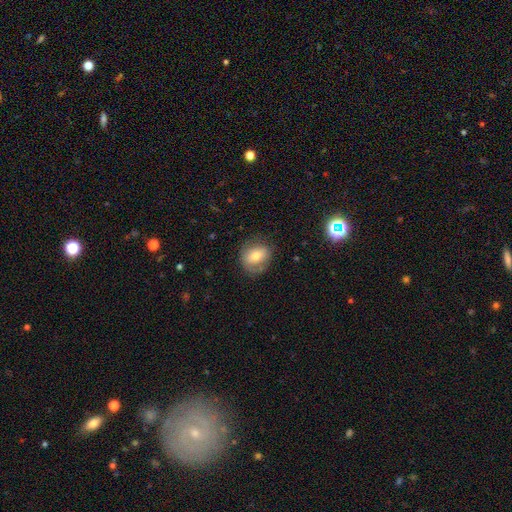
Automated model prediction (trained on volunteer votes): A smooth galaxy with no disk features (63%) that is round (56%). Merging: none (68%).